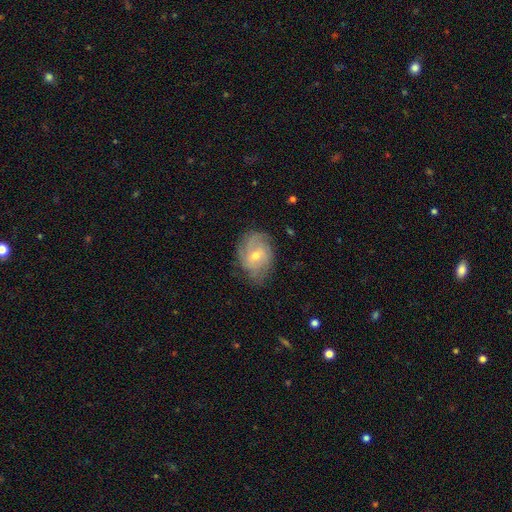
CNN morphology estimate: Q: Smooth or featured?
A: featured or disk (68%); runner-up: smooth (25%)
Q: Edge-on disk?
A: no (96%); runner-up: yes (4%)
Q: Bar?
A: no (57%); runner-up: weak (36%)
Q: Spiral arms?
A: yes (86%); runner-up: no (14%)
Q: Spiral winding?
A: tight (50%); runner-up: medium (36%)
Q: Spiral arm count?
A: can't tell (39%); runner-up: 2 (26%)
Q: Bulge size?
A: small (48%); tied with: moderate (48%)
Q: Merging?
A: none (68%); runner-up: minor disturbance (23%)